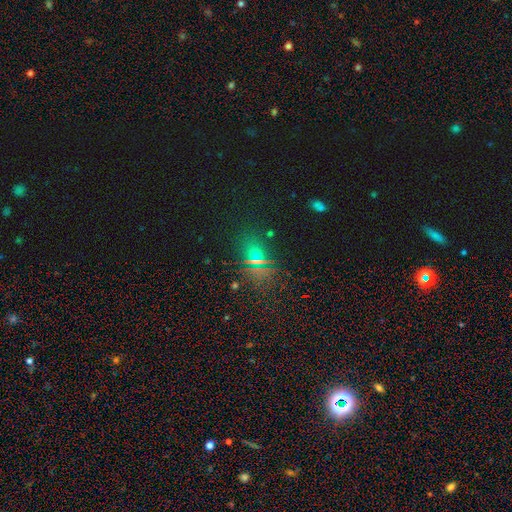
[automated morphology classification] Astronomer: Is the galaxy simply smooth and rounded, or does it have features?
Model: smooth — 45%, tied with star or artifact at 45%.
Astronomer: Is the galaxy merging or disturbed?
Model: none — 76%.